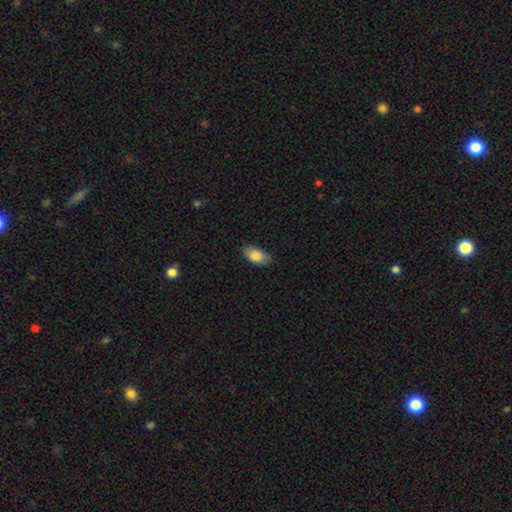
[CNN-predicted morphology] smooth_or_featured: smooth (p=0.84) [alt: featured or disk p=0.09]
how_rounded: in between (p=0.92) [alt: cigar-shaped p=0.04]
merging: none (p=0.82) [alt: minor disturbance p=0.14]